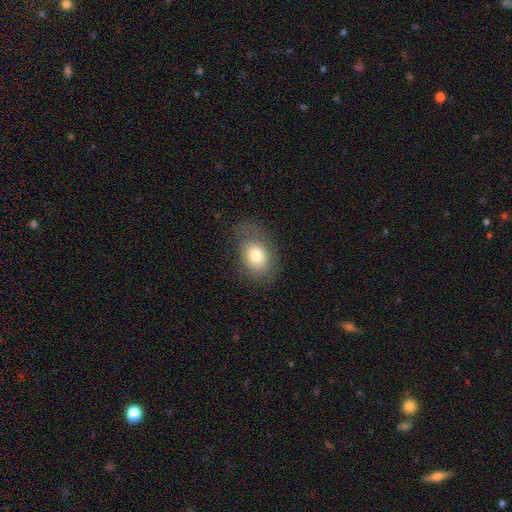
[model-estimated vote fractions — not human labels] Smooth or featured? Predicted: smooth (p=0.77). How rounded? Predicted: in between (p=0.73). Merging? Predicted: none (p=0.70).